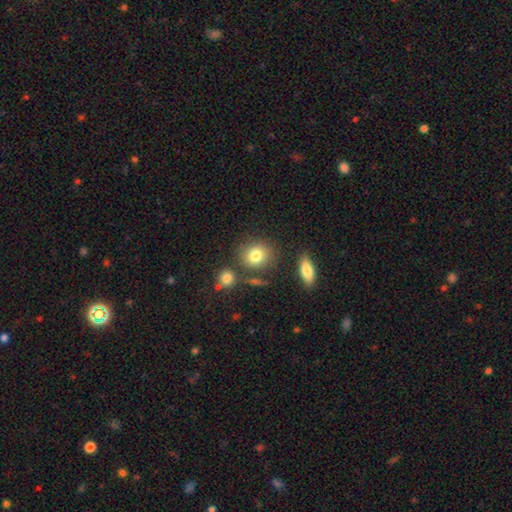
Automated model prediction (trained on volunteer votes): This appears to be a smooth galaxy with no disk features (82%) that is round (71%). Merging: none (75%).